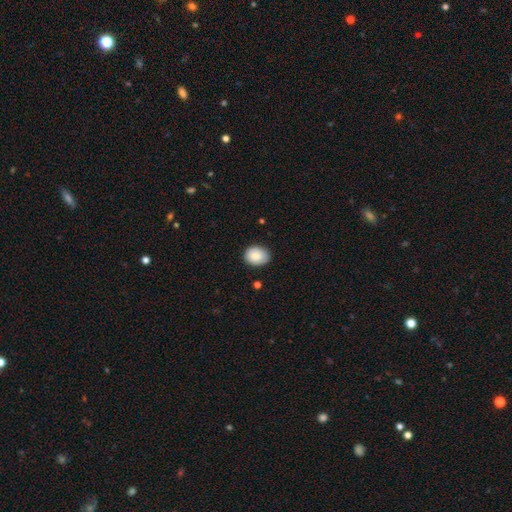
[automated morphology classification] This is clearly a smooth galaxy (85%). How rounded: possibly in between (52%). Merging: clearly none (83%).